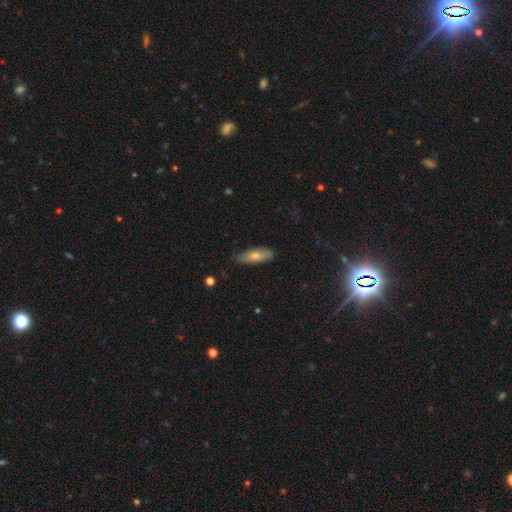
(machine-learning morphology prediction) smooth 70%, featured or disk 24%, star or artifact 6%. Down the decision tree: how rounded — in between (60%); merging — none (78%).